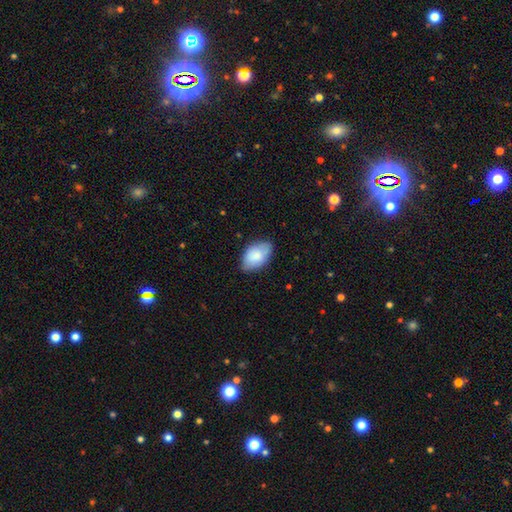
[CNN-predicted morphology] Smooth or featured?
  - smooth: 81% *
  - featured or disk: 13%
  - star or artifact: 6%
How rounded?
  - in between: 93% *
  - round: 6%
  - cigar-shaped: 1%
Merging?
  - none: 75% *
  - minor disturbance: 21%
  - major disturbance: 3%
  - merger: 1%